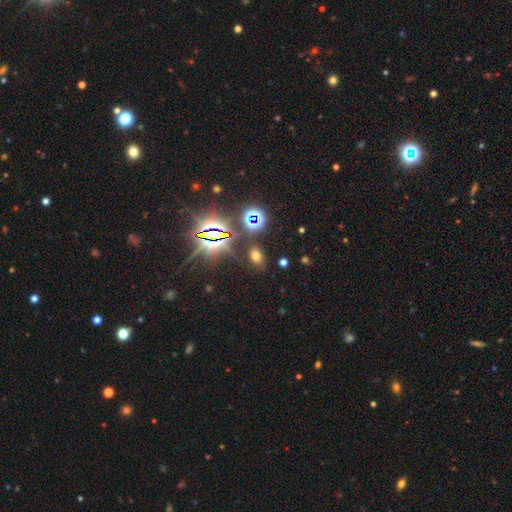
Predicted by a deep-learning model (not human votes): smooth-or-featured: smooth: 54% | star or artifact: 38% | featured or disk: 8%
  how-rounded: in between: 81% | round: 17% | cigar-shaped: 2%
  merging: none: 84% | minor disturbance: 9% | major disturbance: 4% | merger: 3%